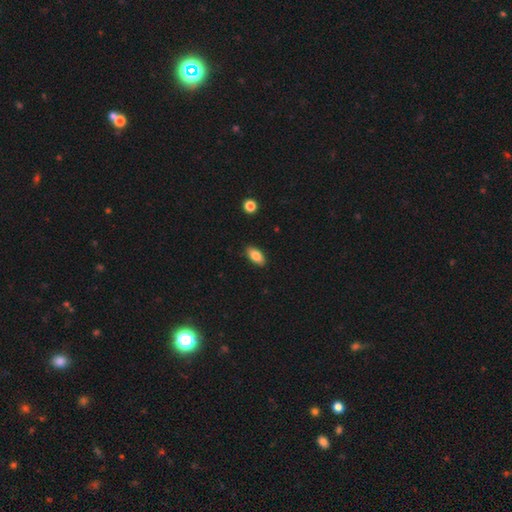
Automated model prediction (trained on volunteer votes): This appears to be a smooth galaxy with no disk features (84%) that is in between round and cigar-shaped (91%). Merging: none (88%).